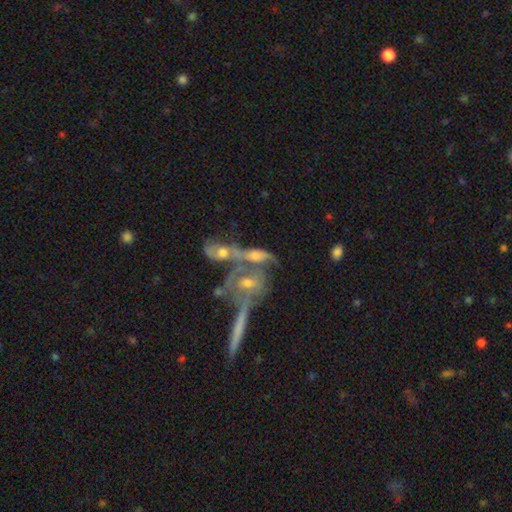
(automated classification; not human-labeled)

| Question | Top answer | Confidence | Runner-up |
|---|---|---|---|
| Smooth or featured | featured or disk | 50% | smooth (38%) |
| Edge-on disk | no | 82% | yes (18%) |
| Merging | merger | 61% | none (17%) |